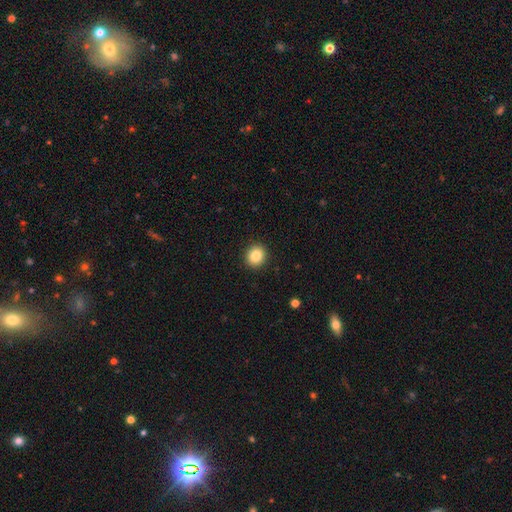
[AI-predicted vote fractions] The model was most divided on "how rounded": round: 86%, in between: 13%, cigar-shaped: 1%. More confident: merging — none (92%); smooth or featured — smooth (84%).